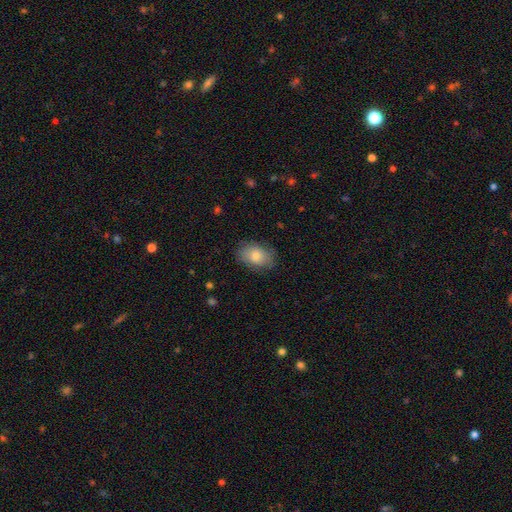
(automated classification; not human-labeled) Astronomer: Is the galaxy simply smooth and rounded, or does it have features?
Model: smooth — 77%.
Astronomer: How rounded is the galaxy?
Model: in between — 83%.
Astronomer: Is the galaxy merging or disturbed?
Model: none — 81%.